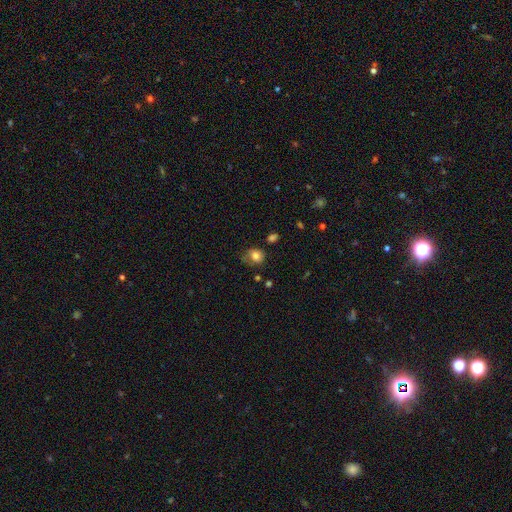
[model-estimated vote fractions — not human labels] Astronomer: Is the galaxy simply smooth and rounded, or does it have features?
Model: smooth — 80%.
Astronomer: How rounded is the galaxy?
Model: round — 66%.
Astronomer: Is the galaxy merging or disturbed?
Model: none — 55%.